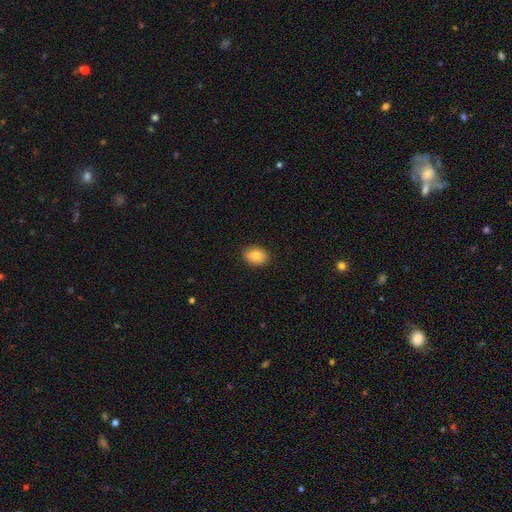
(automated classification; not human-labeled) smooth-or-featured: smooth: 82% | featured or disk: 10% | star or artifact: 8%
  how-rounded: in between: 66% | round: 33% | cigar-shaped: 1%
  merging: none: 88% | minor disturbance: 10% | major disturbance: 2% | merger: 1%